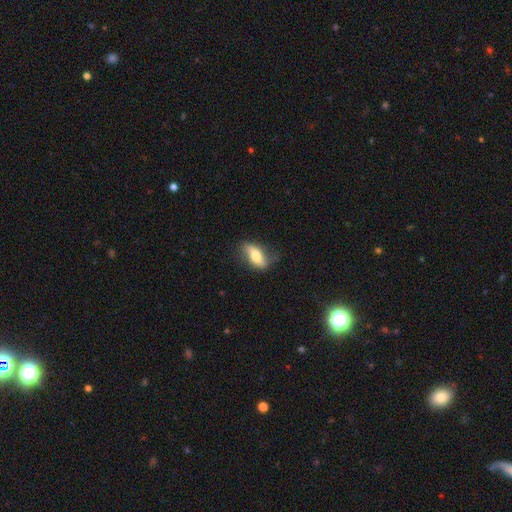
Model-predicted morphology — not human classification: Smooth or featured? Predicted: smooth (p=0.54). How rounded? Predicted: in between (p=0.74). Merging? Predicted: none (p=0.64).